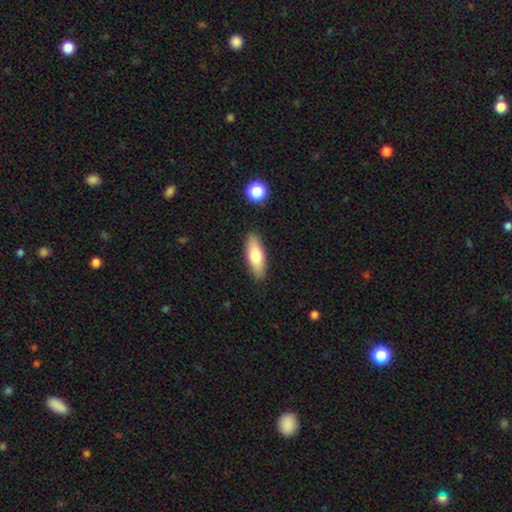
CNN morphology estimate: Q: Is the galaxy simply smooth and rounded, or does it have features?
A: smooth — 72%.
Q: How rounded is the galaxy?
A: in between — 63%.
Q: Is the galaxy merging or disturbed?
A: none — 88%.